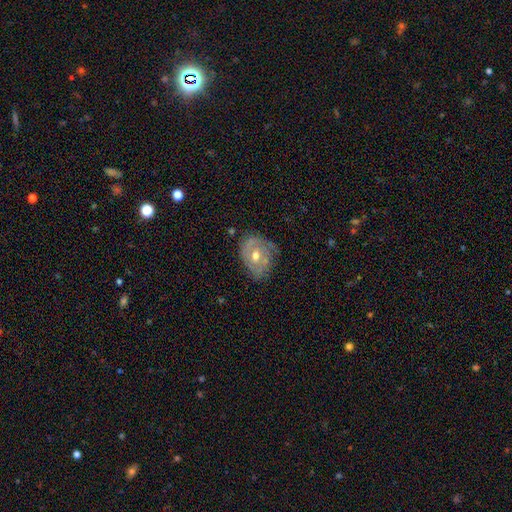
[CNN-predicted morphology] smooth-or-featured: featured or disk: 62% | smooth: 30% | star or artifact: 8%
  disk-edge-on: no: 95% | yes: 5%
    bar: no: 75% | weak: 21% | strong: 5%
    has-spiral-arms: yes: 60% | no: 40%
    bulge-size: moderate: 77% | small: 17% | large: 5% | none: 1% | dominant: 1%
  merging: none: 59% | minor disturbance: 28% | major disturbance: 10% | merger: 3%